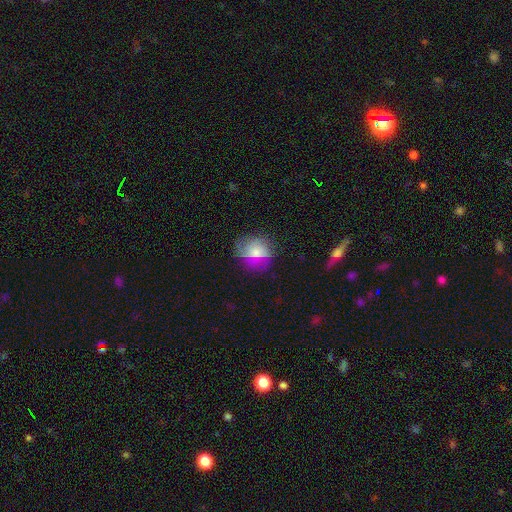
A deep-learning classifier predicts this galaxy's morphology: Smooth or featured? smooth (60%)
How rounded? round (66%)
Merging? none (63%)